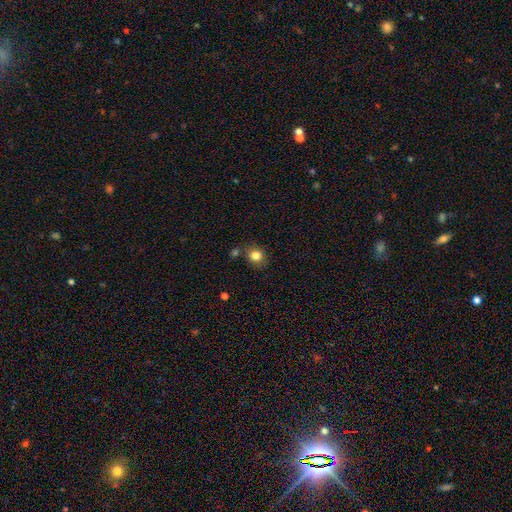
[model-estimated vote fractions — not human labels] Q: Smooth or featured?
A: smooth (84%); runner-up: star or artifact (11%)
Q: How rounded?
A: round (78%); runner-up: in between (21%)
Q: Merging?
A: none (78%); runner-up: minor disturbance (12%)